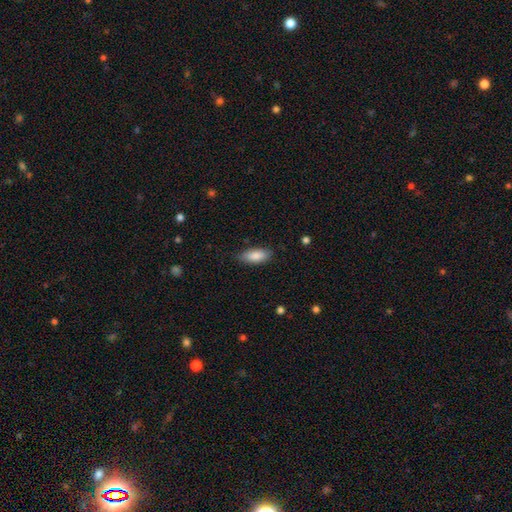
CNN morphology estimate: This is clearly a smooth galaxy (86%). How rounded: clearly in between (84%). Merging: likely none (79%).